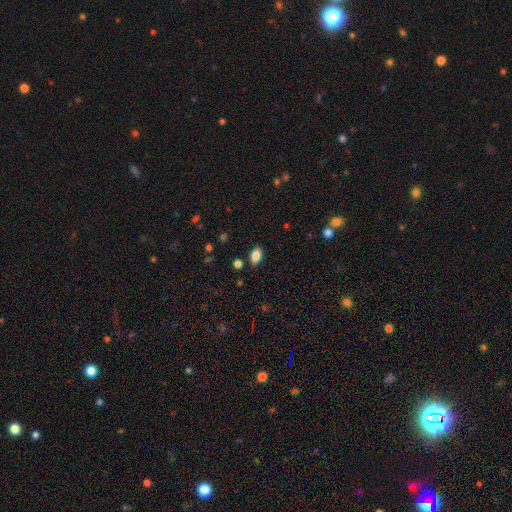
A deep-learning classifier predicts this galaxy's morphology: A smooth galaxy with no disk features (86%) that is in between round and cigar-shaped (91%). Merging: none (86%).